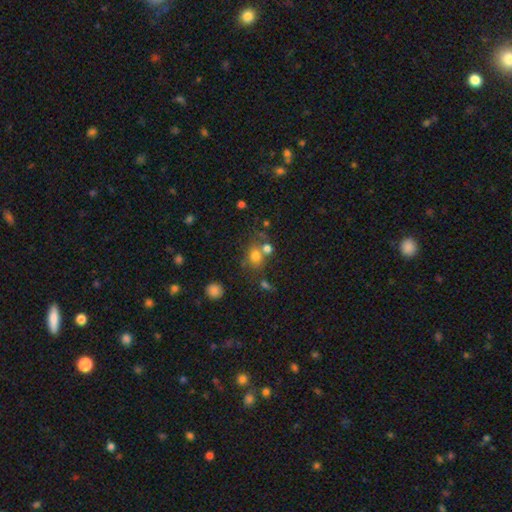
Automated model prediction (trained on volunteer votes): Overall: smooth (72%). How rounded: round (61%; in between 38%). Merging: none (47%; merger 32%).